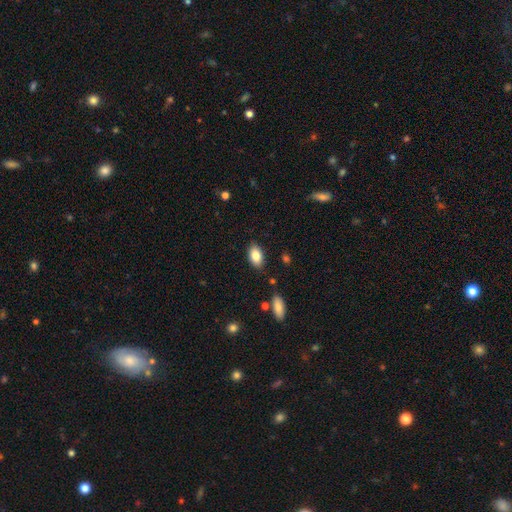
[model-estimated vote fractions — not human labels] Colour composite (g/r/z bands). It shows a smooth galaxy with no disk features (84%) that is in between round and cigar-shaped (91%). Merging: none (84%).